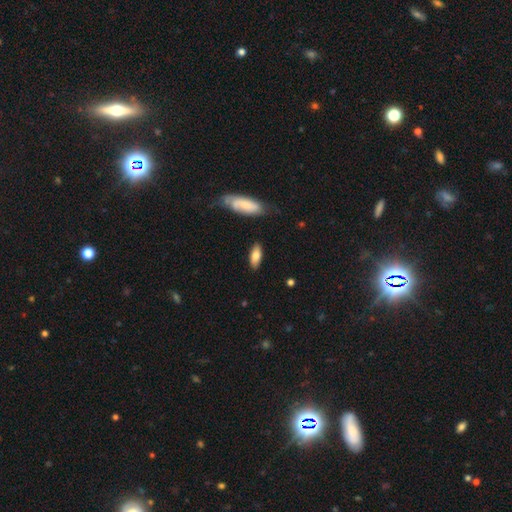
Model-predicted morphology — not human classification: A smooth galaxy with no disk features (78%) that is in between round and cigar-shaped (76%).

Vote fractions:
- Smooth or featured? smooth: 78% / featured or disk: 16% / star or artifact: 6%
- How rounded? in between: 76% / cigar-shaped: 22% / round: 2%
- Merging? none: 82% / minor disturbance: 12% / major disturbance: 3% / merger: 2%